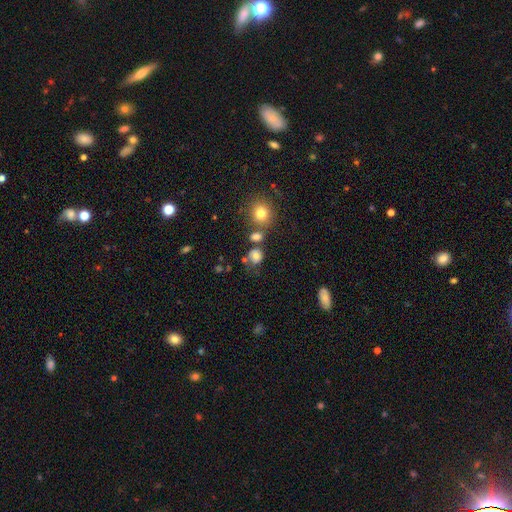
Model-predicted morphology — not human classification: Overall: smooth (72%). How rounded: round (71%). Merging: none (56%; minor disturbance 18%).